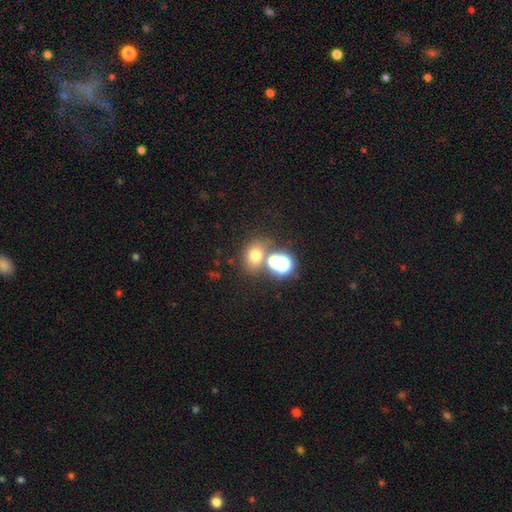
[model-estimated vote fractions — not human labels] smooth-or-featured: smooth: 66% | star or artifact: 22% | featured or disk: 12%
  how-rounded: round: 56% | in between: 42% | cigar-shaped: 1%
  merging: none: 56% | merger: 30% | minor disturbance: 10% | major disturbance: 5%